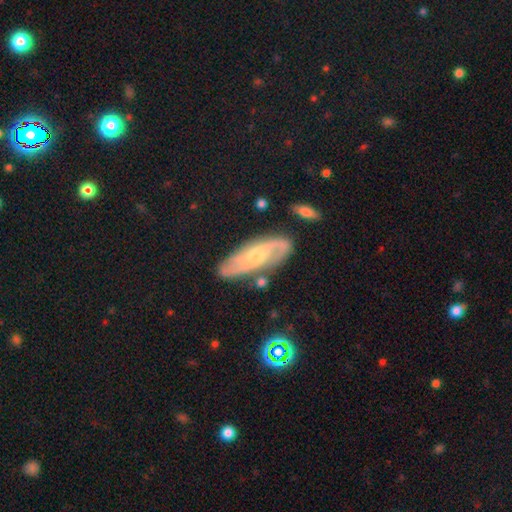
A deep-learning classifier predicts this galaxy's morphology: A featured or disk galaxy (76%) with a weak bar (47%), 2 (80%) medium (42%) spiral arms (93%) and a moderate central bulge (51%).

Vote fractions:
- Smooth or featured? featured or disk: 76% / smooth: 17% / star or artifact: 7%
- Edge-on disk? no: 88% / yes: 12%
- Bar? weak: 47% / no: 36% / strong: 17%
- Spiral arms? yes: 93% / no: 7%
- Spiral winding? medium: 42% / loose: 40% / tight: 18%
- Spiral arm count? 2: 80% / can't tell: 11% / 1: 4% / 3: 3% / 4: 1% / more than 4: 1%
- Bulge size? moderate: 51% / small: 38% / large: 6% / none: 4% / dominant: 1%
- Merging? none: 74% / minor disturbance: 16% / major disturbance: 5% / merger: 5%